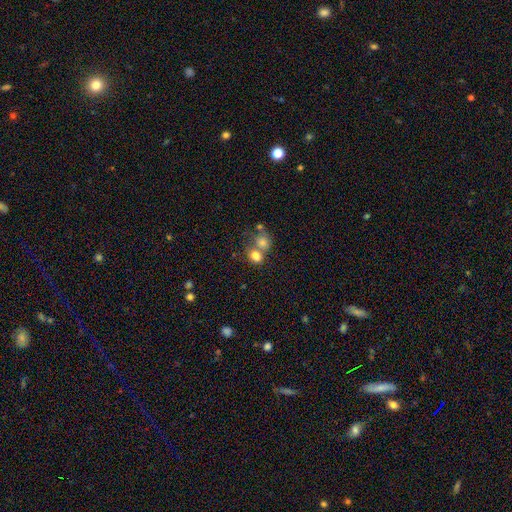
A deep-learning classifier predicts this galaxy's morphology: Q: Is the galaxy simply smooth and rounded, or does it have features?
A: smooth — 77%.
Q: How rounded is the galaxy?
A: round — 51%.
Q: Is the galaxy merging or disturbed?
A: merger — 48%.